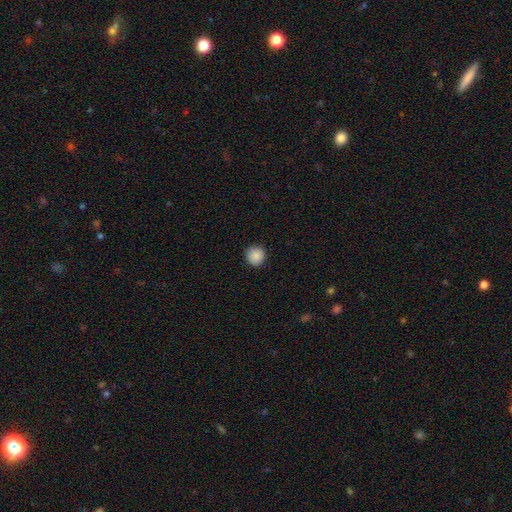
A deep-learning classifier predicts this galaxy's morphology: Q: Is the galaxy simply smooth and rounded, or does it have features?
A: smooth — 89%.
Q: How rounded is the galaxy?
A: round — 95%.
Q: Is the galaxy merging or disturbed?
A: none — 92%.